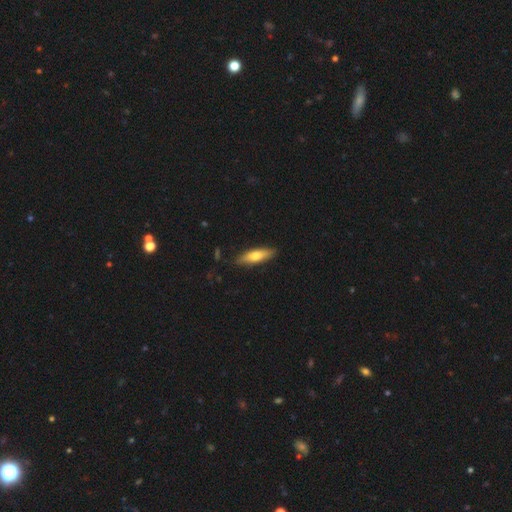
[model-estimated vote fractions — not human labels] Overall: smooth (66%; featured or disk 28%). How rounded: cigar-shaped (61%; in between 37%). Merging: none (87%).